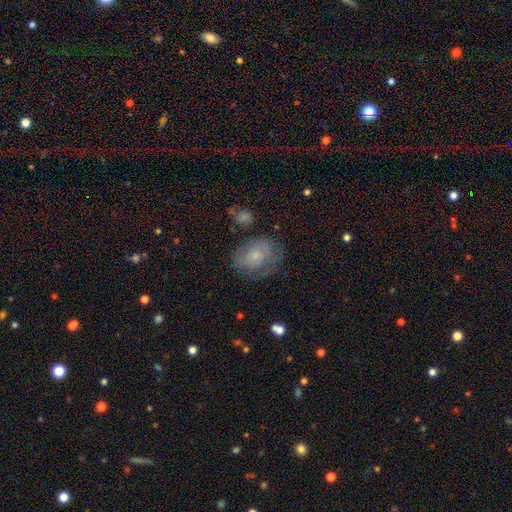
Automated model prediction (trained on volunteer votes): Q: Smooth or featured?
A: smooth (47%); runner-up: featured or disk (44%)
Q: Merging?
A: none (58%); runner-up: minor disturbance (24%)